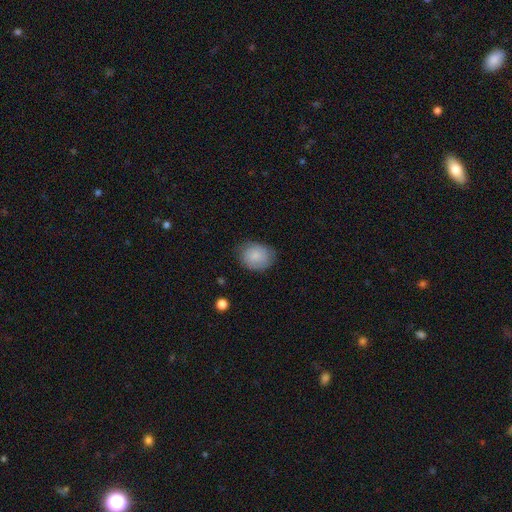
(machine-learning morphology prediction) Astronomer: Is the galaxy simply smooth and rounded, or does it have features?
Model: smooth — 85%.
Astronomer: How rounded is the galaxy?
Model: in between — 54% (runner-up: round, 46%).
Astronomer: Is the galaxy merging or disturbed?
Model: none — 74%.